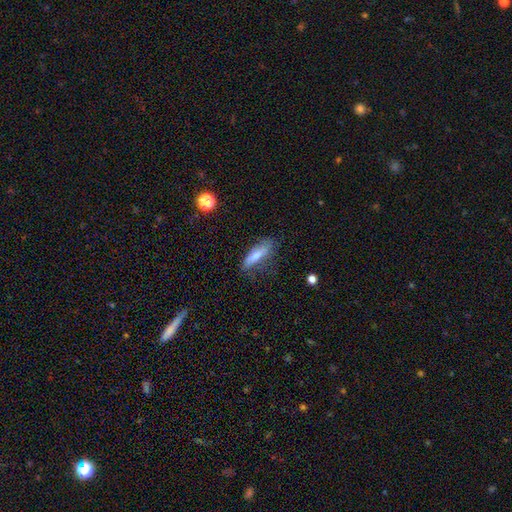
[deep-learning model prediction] Smooth or featured: smooth — 60% (featured or disk — 32%)
How rounded: cigar-shaped — 61% (in between — 37%)
Merging: none — 60% (minor disturbance — 27%)